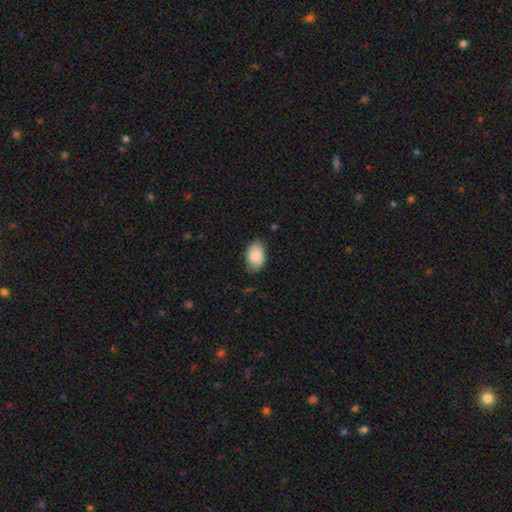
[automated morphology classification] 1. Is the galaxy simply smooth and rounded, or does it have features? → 87% smooth, 6% featured or disk, 6% star or artifact.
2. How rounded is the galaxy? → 88% in between, 11% round, 1% cigar-shaped.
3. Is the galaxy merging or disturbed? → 75% none, 20% minor disturbance, 4% major disturbance, 1% merger.